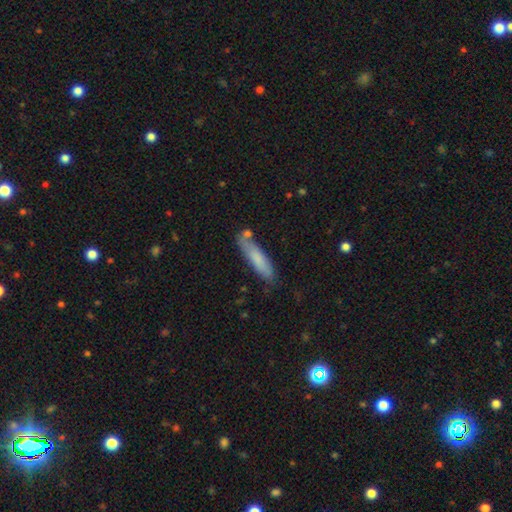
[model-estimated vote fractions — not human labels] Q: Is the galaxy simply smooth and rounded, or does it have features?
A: smooth — 74%.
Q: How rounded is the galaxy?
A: cigar-shaped — 80%.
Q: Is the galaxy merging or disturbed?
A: none — 73%.